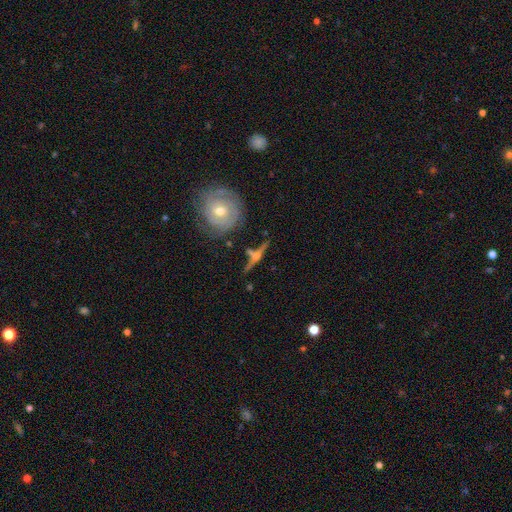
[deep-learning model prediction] This appears to be a featured or disk galaxy (70%) viewed edge-on (90%) with a rounded central bulge (77%). Merging: none (70%).